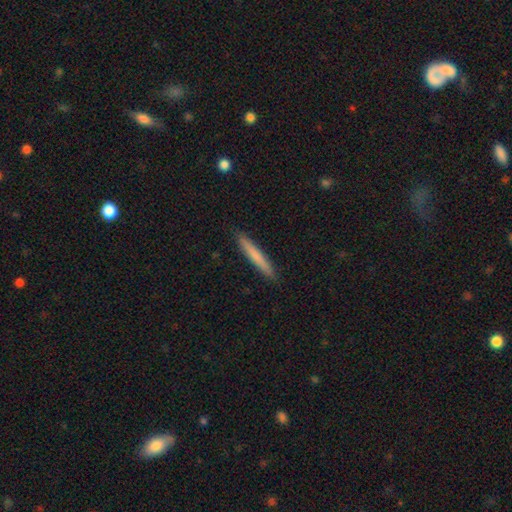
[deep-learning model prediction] Smooth or featured? Predicted: smooth (p=0.73). How rounded? Predicted: cigar-shaped (p=0.96). Merging? Predicted: none (p=0.91).